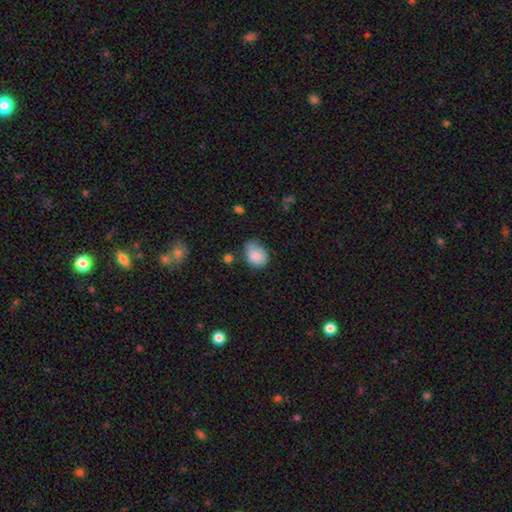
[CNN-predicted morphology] smooth 84%, star or artifact 8%, featured or disk 7%. Down the decision tree: how rounded — in between (60%); merging — none (49%).